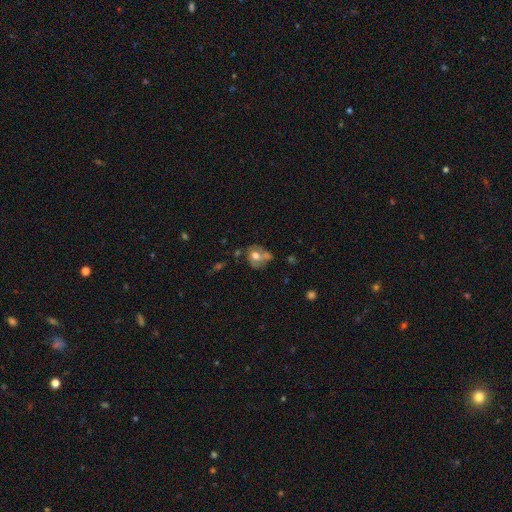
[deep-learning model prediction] This appears to be a smooth galaxy with no disk features (50%). Merging: none (39%).